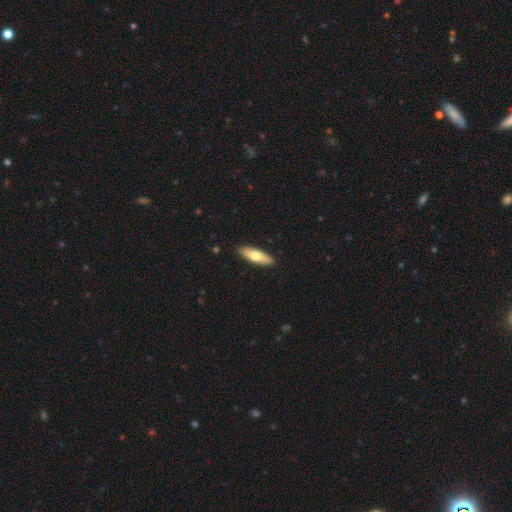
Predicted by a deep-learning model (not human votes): A smooth galaxy with no disk features (66%) that is cigar-shaped (50%). Merging: none (90%).